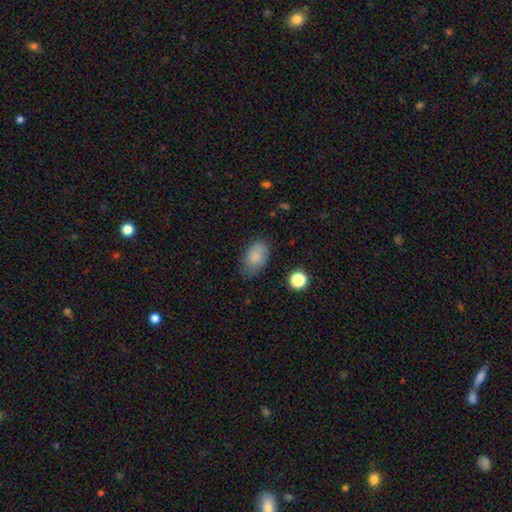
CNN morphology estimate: smooth_or_featured: smooth (p=0.82) [alt: featured or disk p=0.10]
how_rounded: in between (p=0.90) [alt: round p=0.09]
merging: none (p=0.70) [alt: minor disturbance p=0.23]